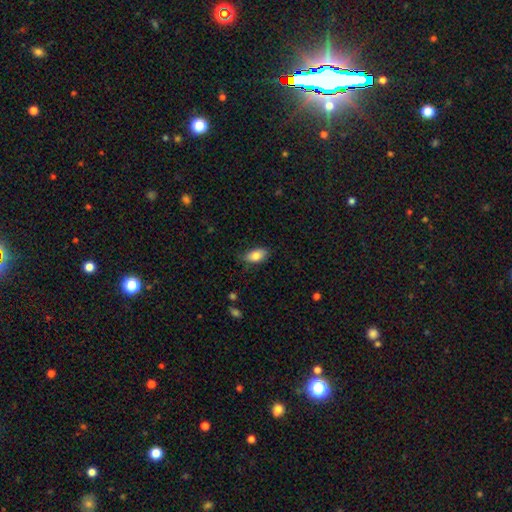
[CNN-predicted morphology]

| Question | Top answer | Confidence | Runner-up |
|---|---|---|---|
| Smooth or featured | smooth | 84% | featured or disk (9%) |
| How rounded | in between | 91% | round (5%) |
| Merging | none | 77% | minor disturbance (19%) |